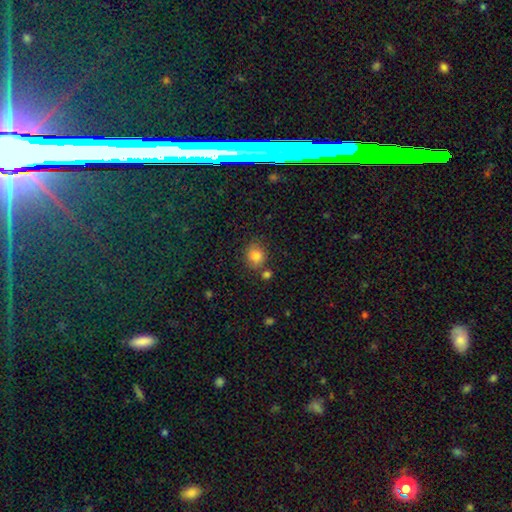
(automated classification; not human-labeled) Morphology: type=smooth (84%); roundness=round (75%); merging=none (74%).